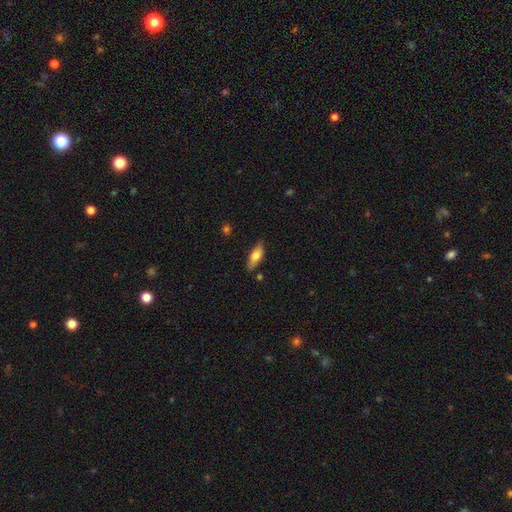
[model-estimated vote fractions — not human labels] smooth-or-featured: smooth: 69% | featured or disk: 25% | star or artifact: 6%
  how-rounded: in between: 66% | cigar-shaped: 31% | round: 3%
  merging: none: 81% | minor disturbance: 14% | merger: 3% | major disturbance: 3%